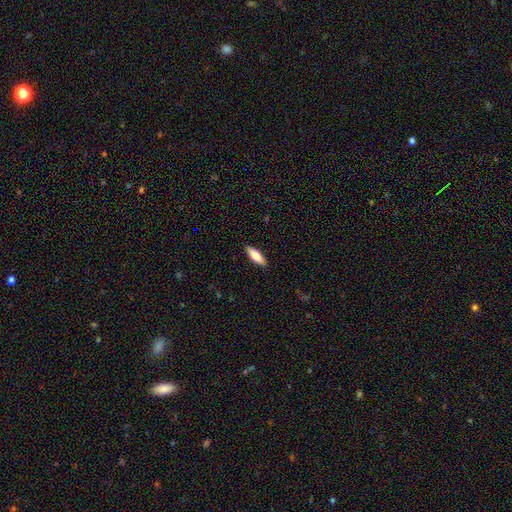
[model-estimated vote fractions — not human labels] smooth-or-featured: smooth: 70% | featured or disk: 24% | star or artifact: 6%
  how-rounded: in between: 58% | cigar-shaped: 40% | round: 2%
  merging: none: 90% | minor disturbance: 7% | major disturbance: 2% | merger: 1%